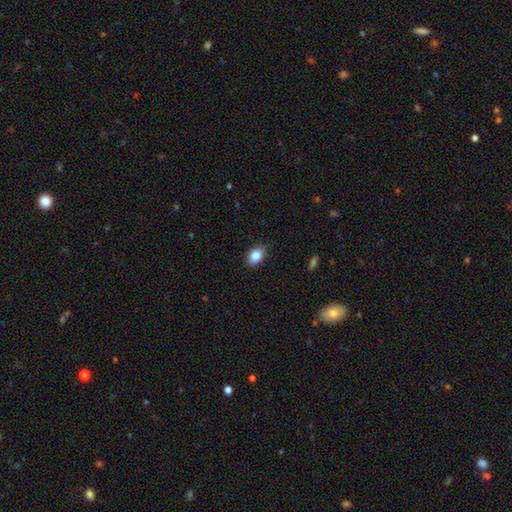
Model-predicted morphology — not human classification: smooth 86%, star or artifact 9%, featured or disk 6%. Down the decision tree: how rounded — in between (78%); merging — none (84%).